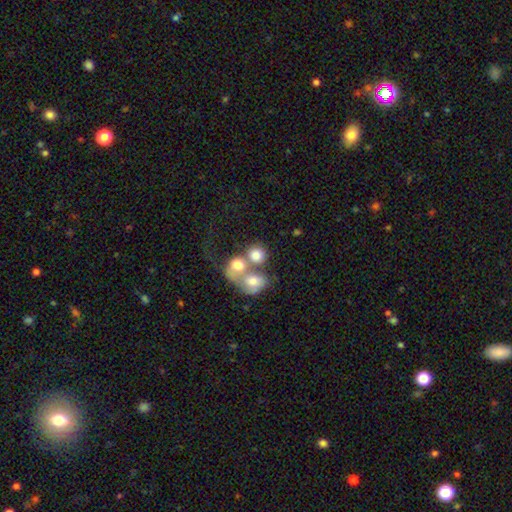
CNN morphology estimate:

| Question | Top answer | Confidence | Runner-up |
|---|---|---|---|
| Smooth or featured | smooth | 71% | featured or disk (19%) |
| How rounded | round | 70% | in between (28%) |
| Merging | merger | 63% | none (22%) |